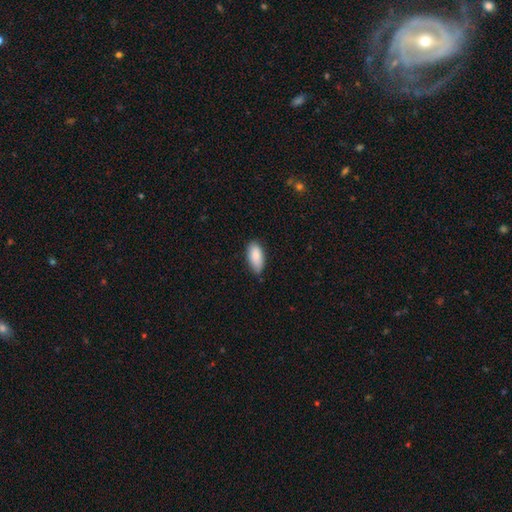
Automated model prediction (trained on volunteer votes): smooth-or-featured: smooth: 87% | featured or disk: 7% | star or artifact: 6%
  how-rounded: in between: 91% | cigar-shaped: 7% | round: 2%
  merging: none: 77% | minor disturbance: 20% | major disturbance: 2% | merger: 1%